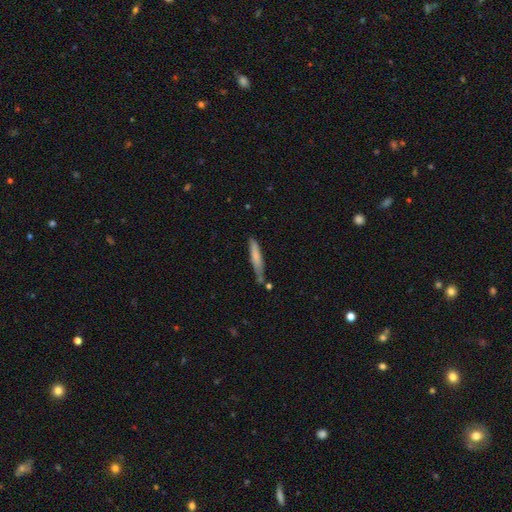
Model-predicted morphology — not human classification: Smooth or featured: smooth — 71% (featured or disk — 23%)
How rounded: cigar-shaped — 91% (in between — 8%)
Merging: none — 61% (minor disturbance — 24%)